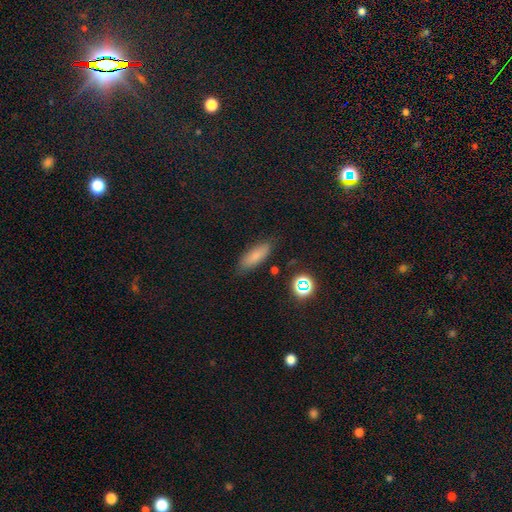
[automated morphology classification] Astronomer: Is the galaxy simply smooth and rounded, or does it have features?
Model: smooth — 79%.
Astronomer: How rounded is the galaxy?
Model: in between — 63%.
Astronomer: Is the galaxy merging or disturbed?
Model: none — 83%.